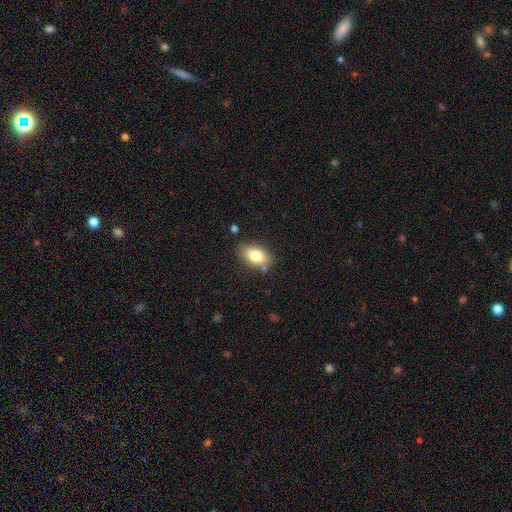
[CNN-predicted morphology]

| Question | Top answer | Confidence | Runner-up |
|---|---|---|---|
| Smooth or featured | smooth | 79% | featured or disk (13%) |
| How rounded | in between | 89% | round (9%) |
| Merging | none | 80% | minor disturbance (14%) |